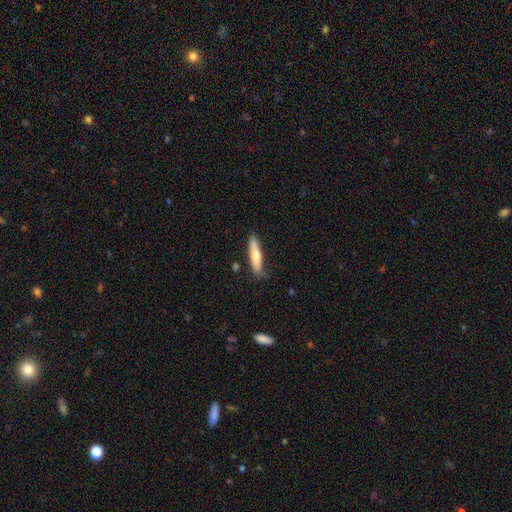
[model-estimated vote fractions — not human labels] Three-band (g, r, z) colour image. It shows a smooth galaxy with no disk features (62%) that is cigar-shaped (81%). Merging: none (80%).